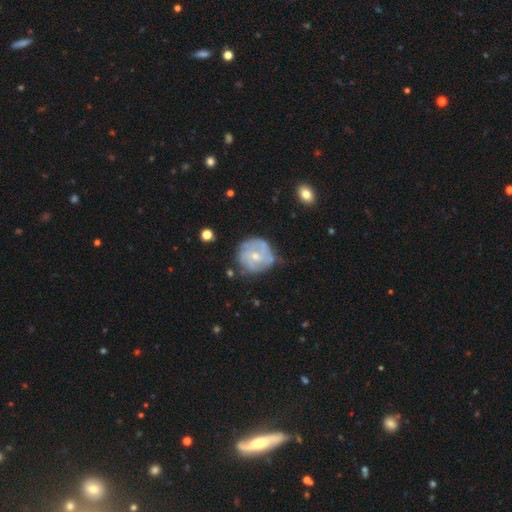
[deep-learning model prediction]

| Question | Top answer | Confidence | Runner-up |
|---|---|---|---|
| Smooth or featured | featured or disk | 68% | smooth (25%) |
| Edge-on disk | no | 98% | yes (2%) |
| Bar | no | 58% | weak (36%) |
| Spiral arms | yes | 71% | no (29%) |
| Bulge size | small | 62% | moderate (33%) |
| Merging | none | 60% | minor disturbance (25%) |